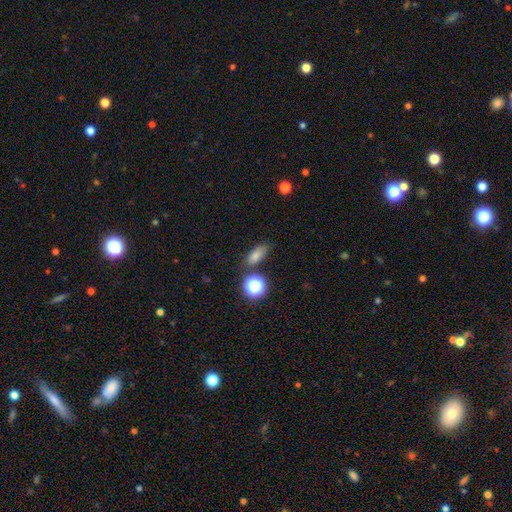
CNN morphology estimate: smooth-or-featured: smooth: 76% | star or artifact: 16% | featured or disk: 8%
  how-rounded: in between: 76% | round: 15% | cigar-shaped: 10%
  merging: none: 70% | minor disturbance: 18% | merger: 7% | major disturbance: 5%